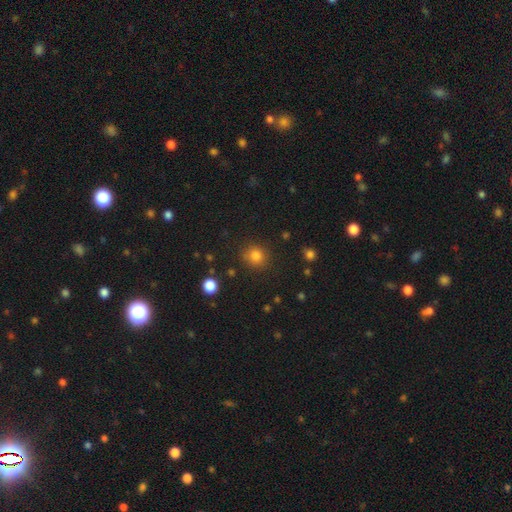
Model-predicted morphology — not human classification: Smooth or featured? Predicted: smooth (p=0.81). How rounded? Predicted: round (p=0.86). Merging? Predicted: none (p=0.86).